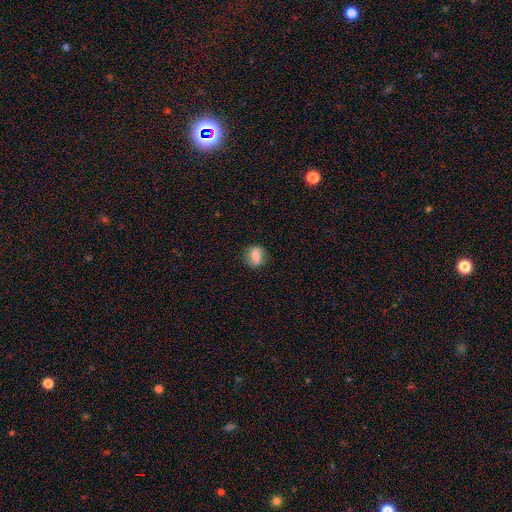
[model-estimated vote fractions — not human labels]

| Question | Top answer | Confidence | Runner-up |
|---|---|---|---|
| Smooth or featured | smooth | 73% | featured or disk (18%) |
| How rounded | in between | 55% | round (40%) |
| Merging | none | 78% | minor disturbance (16%) |